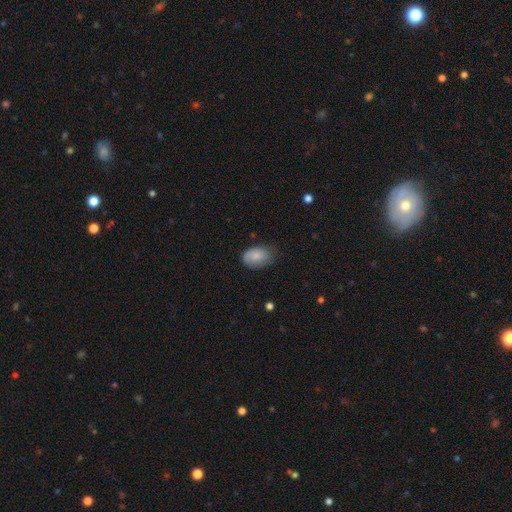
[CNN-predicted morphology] Q: Smooth or featured?
A: smooth (81%); runner-up: featured or disk (12%)
Q: How rounded?
A: in between (87%); runner-up: round (12%)
Q: Merging?
A: none (60%); runner-up: minor disturbance (31%)